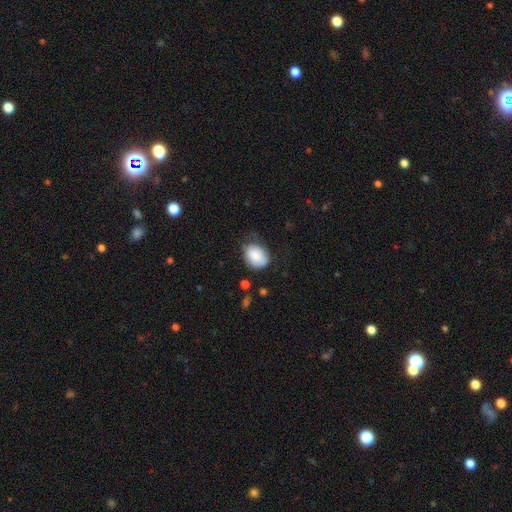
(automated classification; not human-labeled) This appears to be a smooth galaxy with no disk features (83%) that is in between round and cigar-shaped (69%). Merging: none (51%).